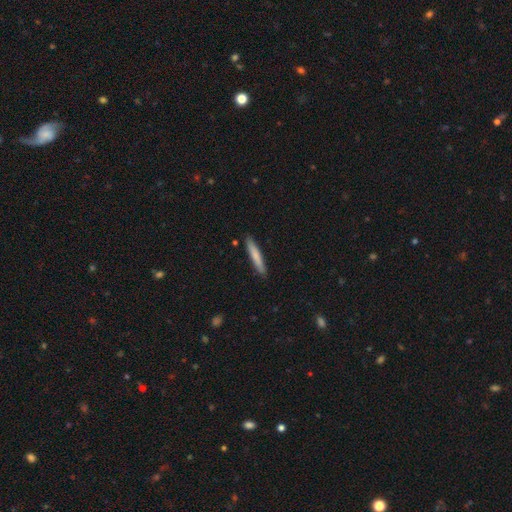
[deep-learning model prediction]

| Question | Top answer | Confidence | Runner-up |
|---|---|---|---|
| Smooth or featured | smooth | 77% | featured or disk (17%) |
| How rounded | cigar-shaped | 93% | in between (5%) |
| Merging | none | 88% | minor disturbance (9%) |